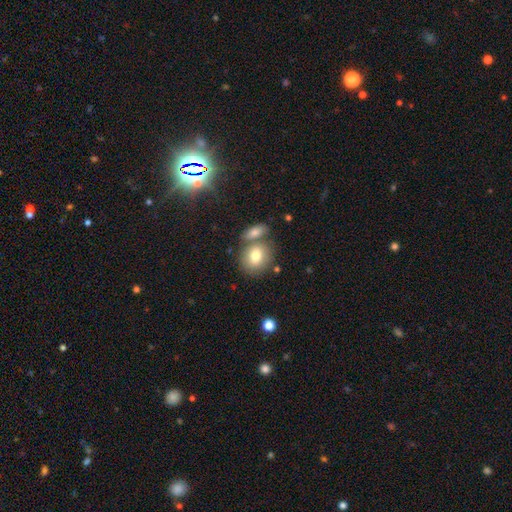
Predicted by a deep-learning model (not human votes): Smooth or featured? Predicted: smooth (p=0.77). How rounded? Predicted: round (p=0.61). Merging? Predicted: none (p=0.57).